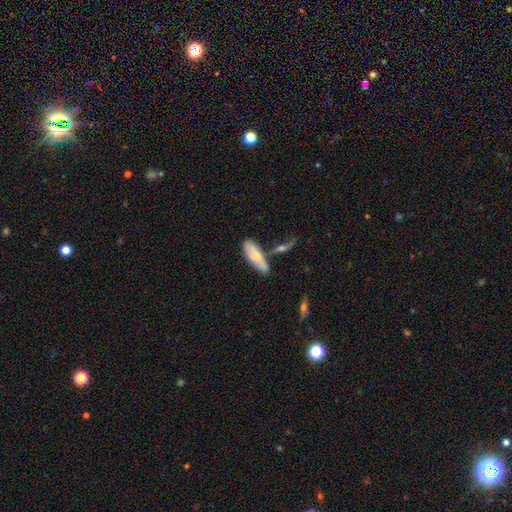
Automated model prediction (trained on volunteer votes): smooth_or_featured: smooth (p=0.63) [alt: featured or disk p=0.31]
how_rounded: in between (p=0.68) [alt: cigar-shaped p=0.30]
merging: none (p=0.47) [alt: merger p=0.23]